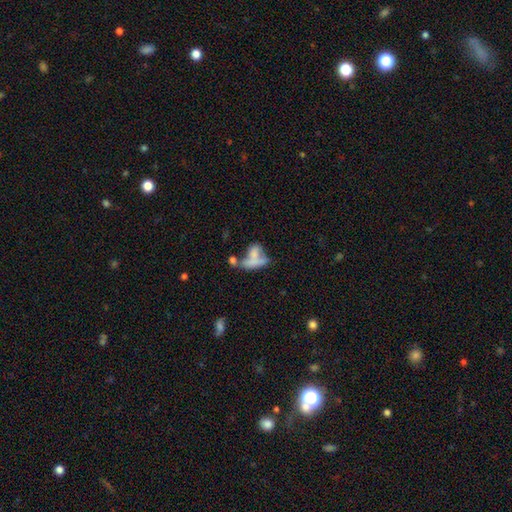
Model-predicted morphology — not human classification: The model was most divided on "smooth or featured": smooth: 57%, featured or disk: 31%, star or artifact: 12%. More confident: how rounded — in between (75%); merging — merger (50%).